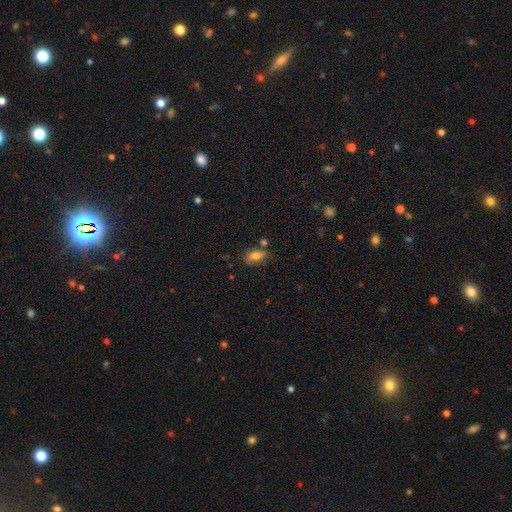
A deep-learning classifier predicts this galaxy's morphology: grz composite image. It shows a smooth galaxy with no disk features (78%) that is in between round and cigar-shaped (86%). Merging: none (63%).